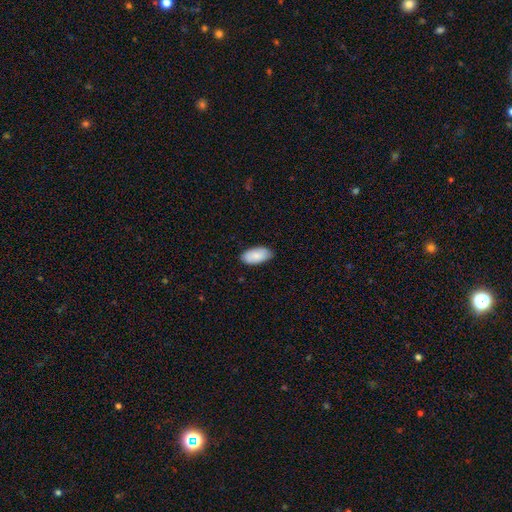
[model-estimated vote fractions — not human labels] Smooth or featured: smooth — 86% (featured or disk — 8%)
How rounded: in between — 94% (cigar-shaped — 4%)
Merging: none — 84% (minor disturbance — 13%)